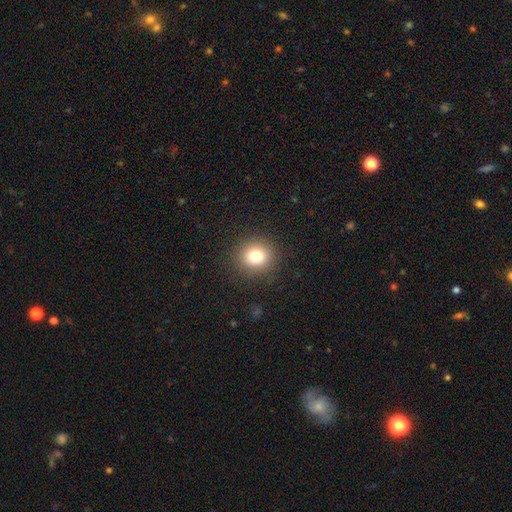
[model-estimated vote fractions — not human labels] Q: Smooth or featured?
A: smooth (80%); runner-up: star or artifact (12%)
Q: How rounded?
A: round (86%); runner-up: in between (13%)
Q: Merging?
A: none (89%); runner-up: minor disturbance (7%)